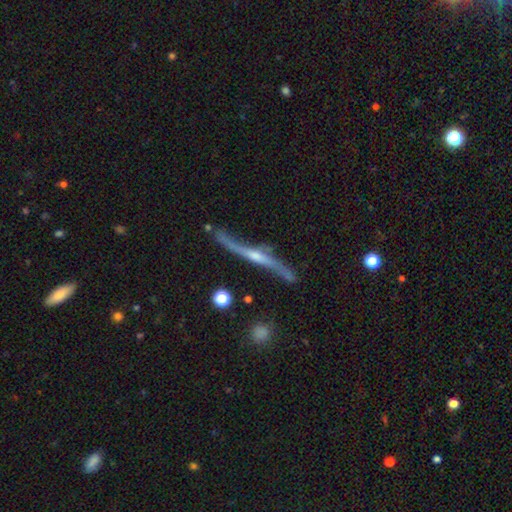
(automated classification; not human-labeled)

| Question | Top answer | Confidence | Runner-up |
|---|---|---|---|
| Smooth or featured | featured or disk | 85% | smooth (9%) |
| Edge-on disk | yes | 87% | no (13%) |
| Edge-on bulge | rounded | 78% | none (16%) |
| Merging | none | 70% | minor disturbance (20%) |